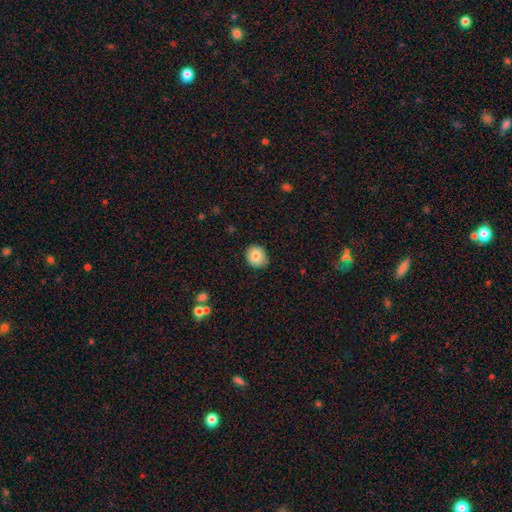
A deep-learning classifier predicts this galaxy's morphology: Smooth or featured?
  - smooth: 82% *
  - featured or disk: 10%
  - star or artifact: 8%
How rounded?
  - round: 73% *
  - in between: 26%
  - cigar-shaped: 1%
Merging?
  - none: 87% *
  - minor disturbance: 10%
  - major disturbance: 2%
  - merger: 1%